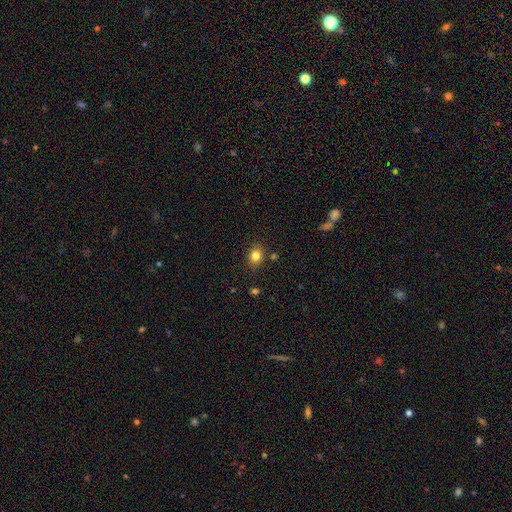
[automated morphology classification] Smooth or featured? smooth (82%)
How rounded? round (68%)
Merging? none (84%)